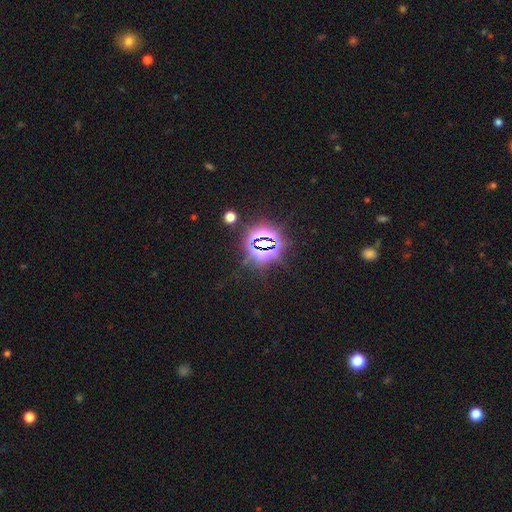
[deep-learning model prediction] Q: Smooth or featured?
A: star or artifact (82%); runner-up: smooth (10%)